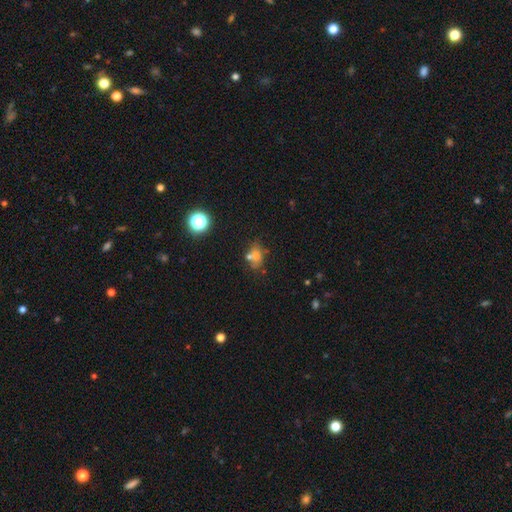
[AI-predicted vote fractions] Q: Smooth or featured?
A: smooth (62%); runner-up: star or artifact (21%)
Q: How rounded?
A: in between (62%); runner-up: round (35%)
Q: Merging?
A: none (54%); runner-up: merger (23%)